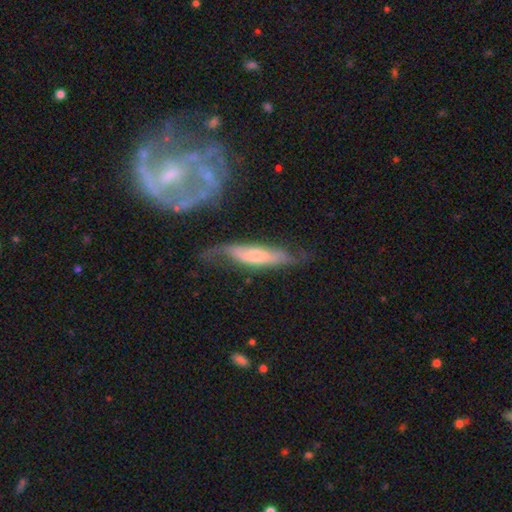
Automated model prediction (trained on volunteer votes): Smooth or featured: featured or disk — 56% (smooth — 38%)
Edge-on disk: no — 53% (yes — 47%)
Merging: none — 52% (minor disturbance — 27%)